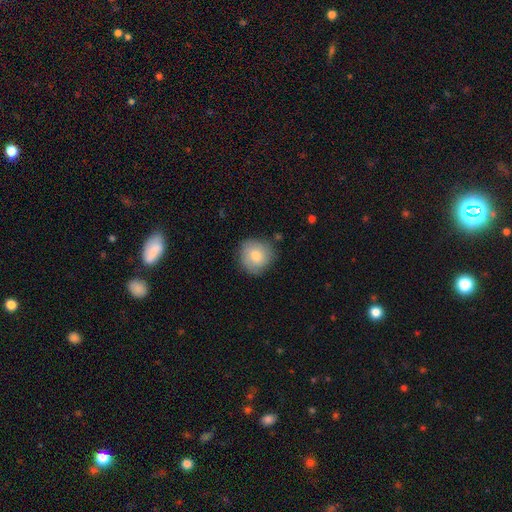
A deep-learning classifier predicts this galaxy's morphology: This appears to be a smooth galaxy with no disk features (78%) that is round (90%). Merging: none (79%).